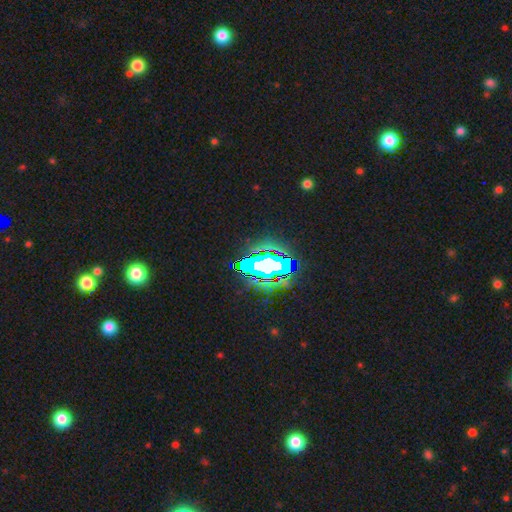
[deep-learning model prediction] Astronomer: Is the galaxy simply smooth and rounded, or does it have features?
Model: star or artifact — 62%.